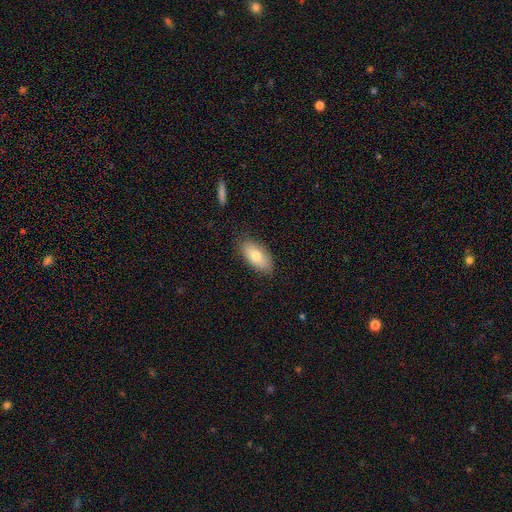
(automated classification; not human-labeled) Smooth or featured? smooth (76%)
How rounded? in between (90%)
Merging? none (83%)